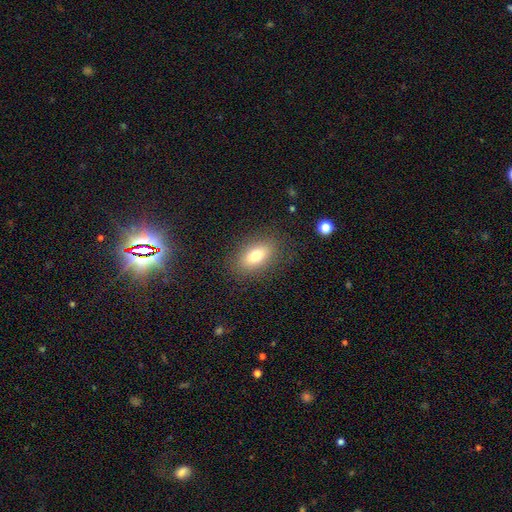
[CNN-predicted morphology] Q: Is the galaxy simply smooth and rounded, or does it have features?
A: smooth — 77%.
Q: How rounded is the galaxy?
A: in between — 86%.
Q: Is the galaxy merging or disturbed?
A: none — 84%.